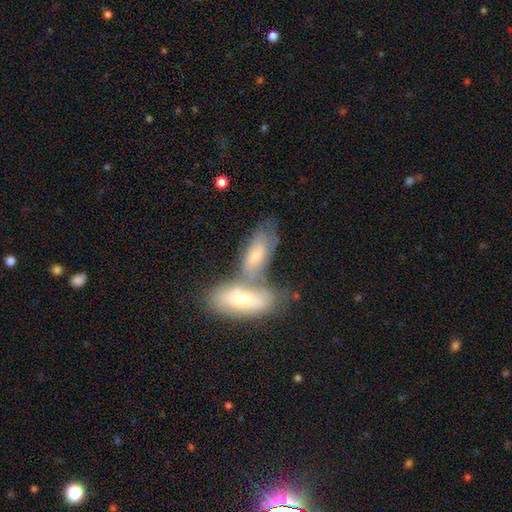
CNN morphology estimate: This is possibly a smooth galaxy (54%). How rounded: likely in between (77%). Merging: possibly merger (55%).